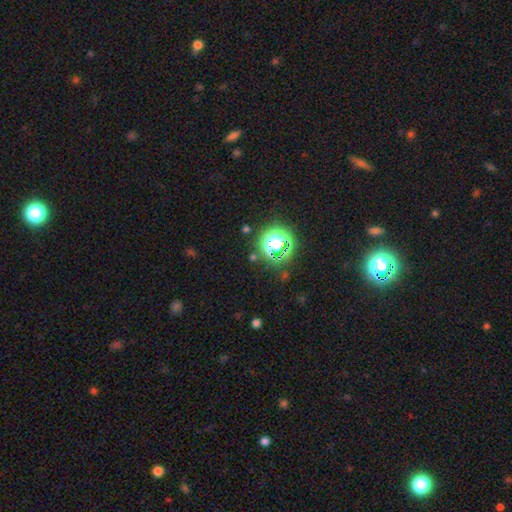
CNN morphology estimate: Q: Smooth or featured?
A: star or artifact (69%); runner-up: smooth (23%)